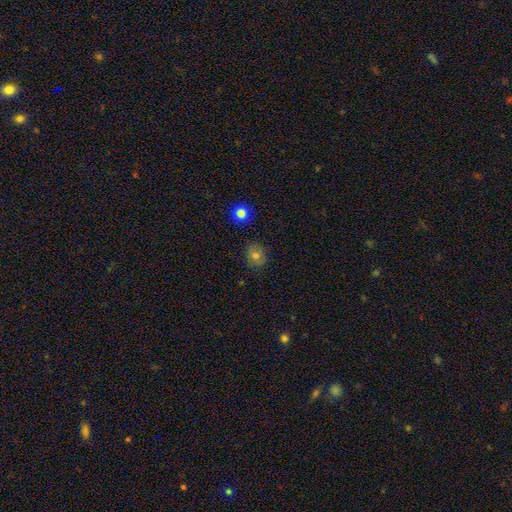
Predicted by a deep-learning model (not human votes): smooth 76%, star or artifact 14%, featured or disk 10%. Down the decision tree: how rounded — round (76%); merging — none (86%).